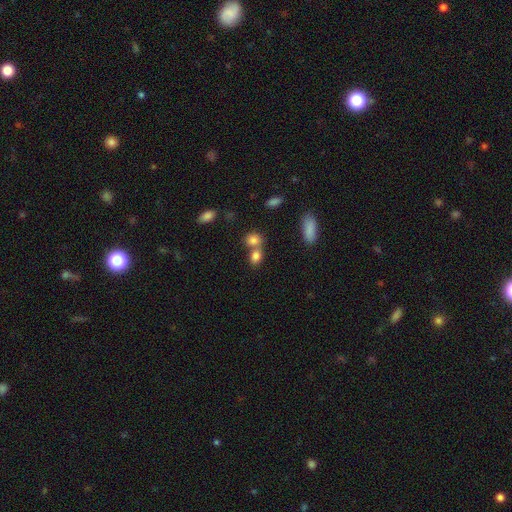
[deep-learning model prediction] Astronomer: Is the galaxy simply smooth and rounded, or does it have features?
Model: smooth — 82%.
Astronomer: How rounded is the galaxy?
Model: in between — 56% (runner-up: round, 41%).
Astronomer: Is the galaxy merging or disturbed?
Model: merger — 45% (runner-up: none, 43%).